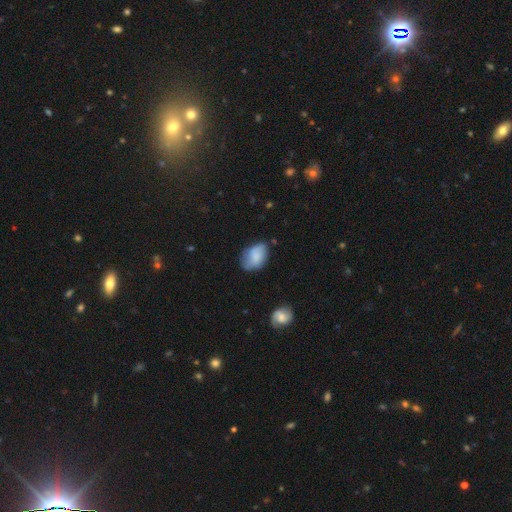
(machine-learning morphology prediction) smooth 77%, featured or disk 16%, star or artifact 7%. Down the decision tree: how rounded — in between (81%); merging — none (54%).